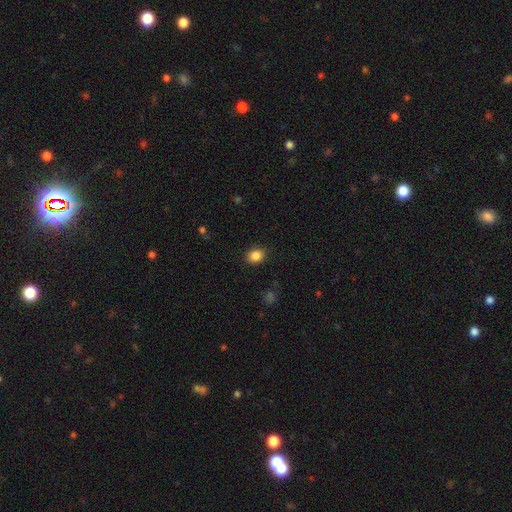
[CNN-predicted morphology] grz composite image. It shows a smooth galaxy with no disk features (86%) that is round (52%). Merging: none (87%).